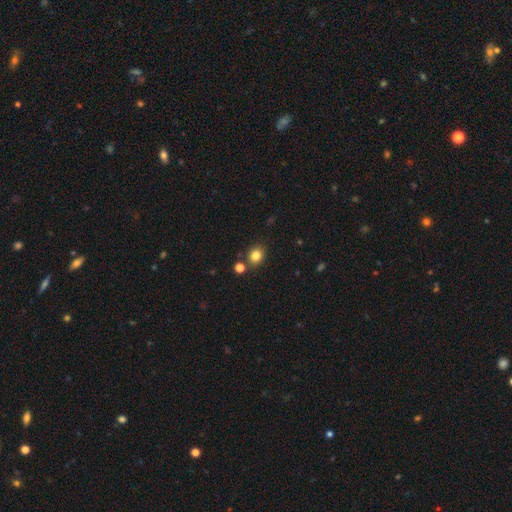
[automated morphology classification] Smooth or featured? smooth (82%)
How rounded? round (69%)
Merging? none (79%)